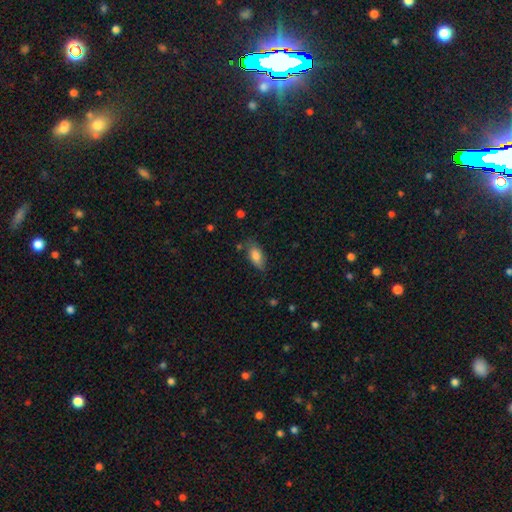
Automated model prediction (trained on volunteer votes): smooth 81%, featured or disk 11%, star or artifact 7%. Down the decision tree: how rounded — in between (87%); merging — none (71%).